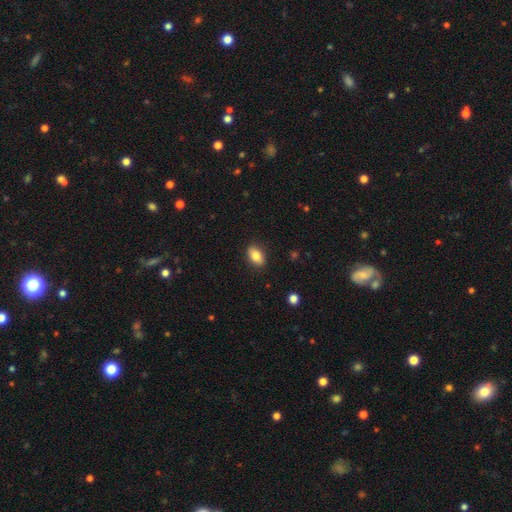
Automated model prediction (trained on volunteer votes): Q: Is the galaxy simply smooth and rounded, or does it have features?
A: smooth — 83%.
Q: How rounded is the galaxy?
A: in between — 88%.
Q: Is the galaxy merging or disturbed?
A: none — 88%.